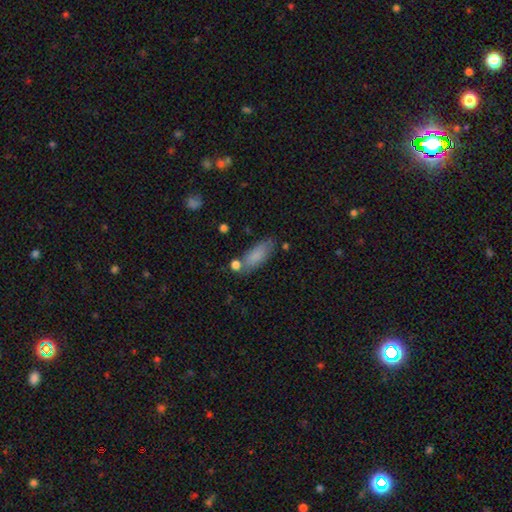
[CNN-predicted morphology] smooth_or_featured: smooth (p=0.83) [alt: featured or disk p=0.09]
how_rounded: in between (p=0.72) [alt: cigar-shaped p=0.26]
merging: none (p=0.68) [alt: minor disturbance p=0.17]